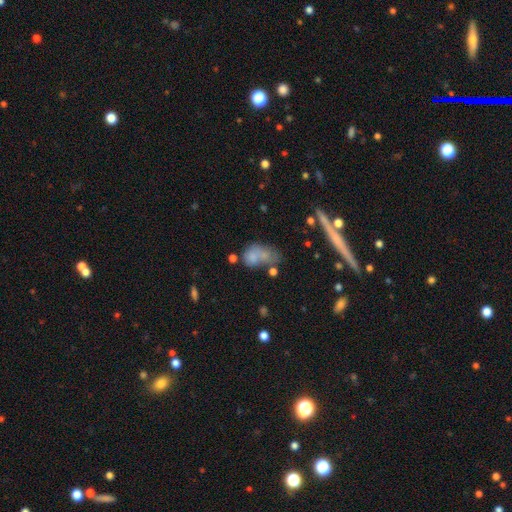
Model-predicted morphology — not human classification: This is likely a smooth galaxy (66%). How rounded: clearly in between (81%). Merging: marginally merger (31%).